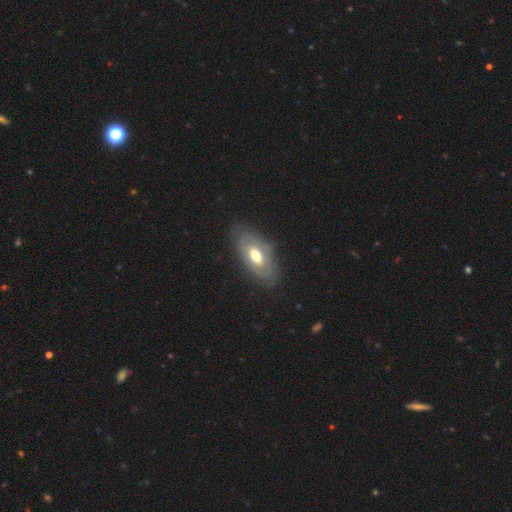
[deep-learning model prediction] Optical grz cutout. It shows a featured or disk galaxy (51%). Merging: none (78%).